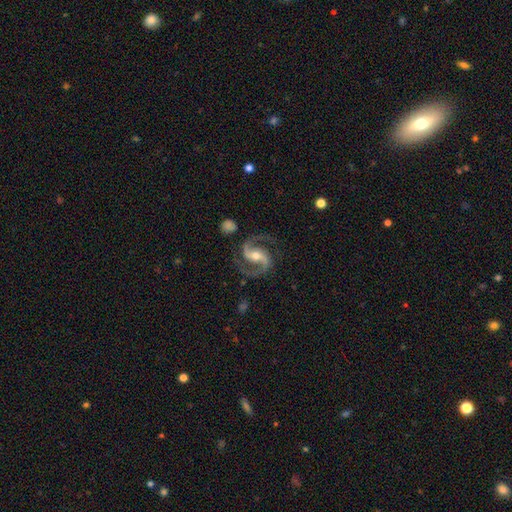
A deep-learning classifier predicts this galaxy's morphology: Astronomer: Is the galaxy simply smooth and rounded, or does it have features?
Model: featured or disk — 94%.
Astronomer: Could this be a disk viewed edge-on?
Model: no — 98%.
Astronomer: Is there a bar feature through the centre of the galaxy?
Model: strong — 41% (runner-up: weak, 36%).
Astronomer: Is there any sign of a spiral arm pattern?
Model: yes — 99%.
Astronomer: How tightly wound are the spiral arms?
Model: medium — 68%.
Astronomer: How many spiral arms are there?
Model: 2 — 95%.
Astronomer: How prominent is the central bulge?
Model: moderate — 63%.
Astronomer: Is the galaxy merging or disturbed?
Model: none — 82%.